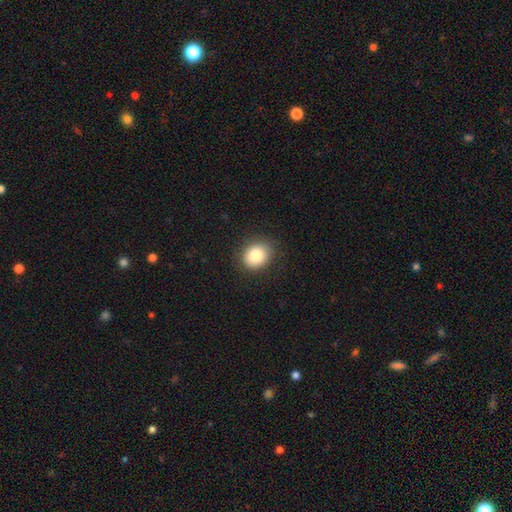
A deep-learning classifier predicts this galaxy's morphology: smooth 84%, star or artifact 9%, featured or disk 7%. Down the decision tree: how rounded — round (60%); merging — none (86%).